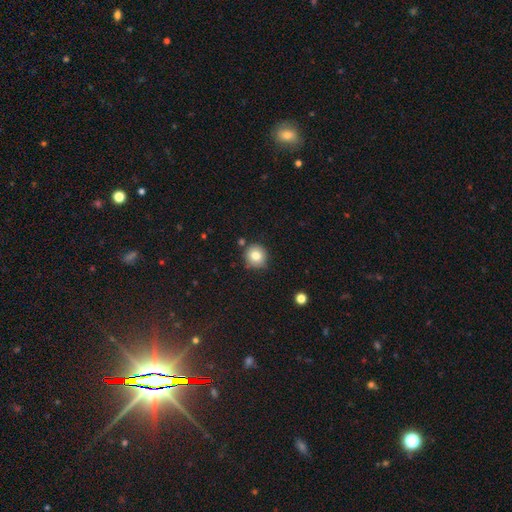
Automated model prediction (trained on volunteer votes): This is clearly a smooth galaxy (80%). How rounded: clearly round (93%). Merging: clearly none (82%).